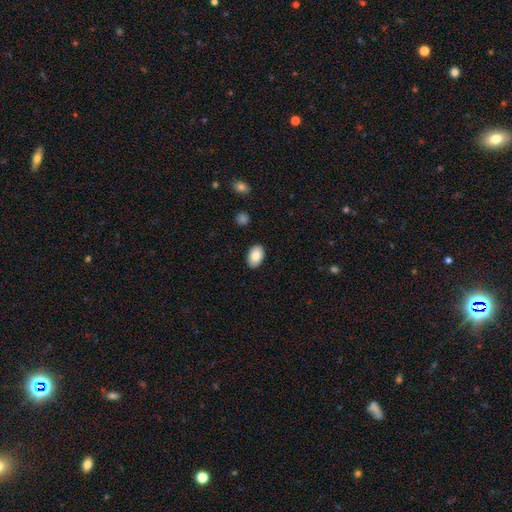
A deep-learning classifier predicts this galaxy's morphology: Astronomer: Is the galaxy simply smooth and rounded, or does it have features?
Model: smooth — 83%.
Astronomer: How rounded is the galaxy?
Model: in between — 89%.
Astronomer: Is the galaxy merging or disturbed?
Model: none — 89%.